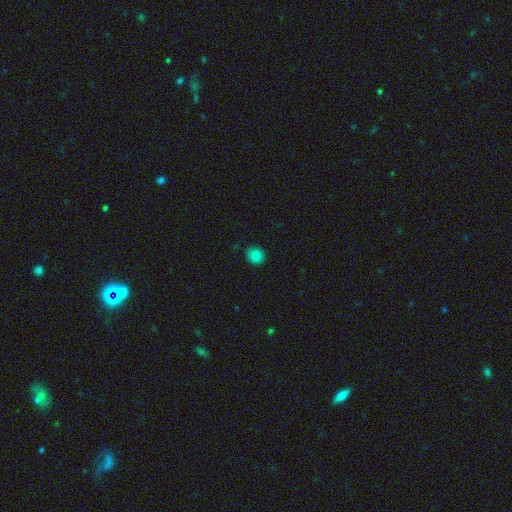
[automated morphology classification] type=smooth (84%); roundness=round (86%); merging=none (88%).